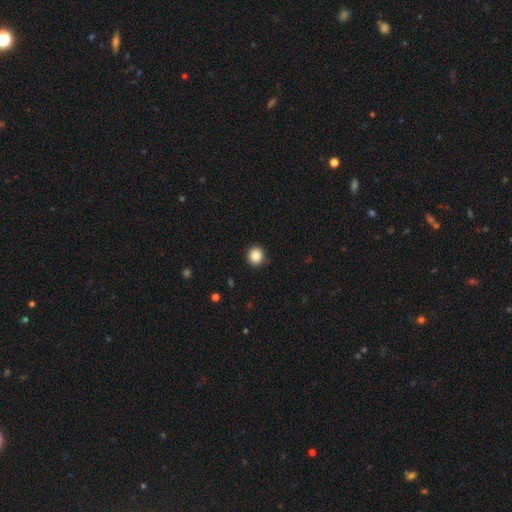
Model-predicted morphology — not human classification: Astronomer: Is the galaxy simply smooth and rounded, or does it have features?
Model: smooth — 87%.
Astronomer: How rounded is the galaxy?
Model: round — 91%.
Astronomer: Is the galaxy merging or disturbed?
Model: none — 89%.